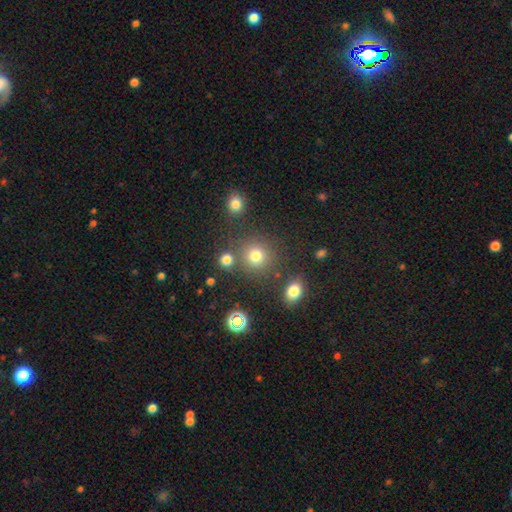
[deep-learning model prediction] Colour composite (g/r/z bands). It shows a smooth galaxy with no disk features (75%) that is round (90%). Merging: none (76%).